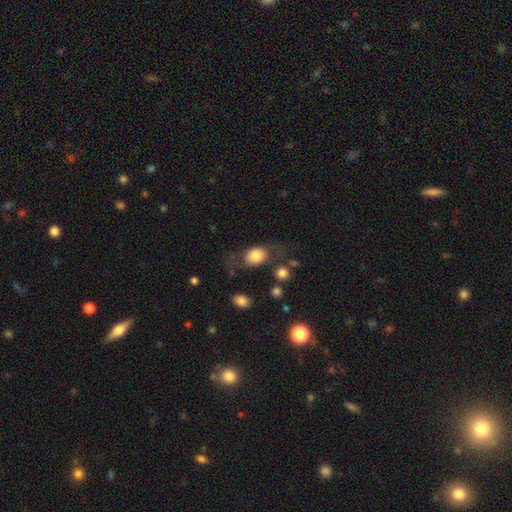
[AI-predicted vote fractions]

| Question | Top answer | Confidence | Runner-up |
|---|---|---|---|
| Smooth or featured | smooth | 77% | featured or disk (15%) |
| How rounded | in between | 64% | round (34%) |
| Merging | none | 58% | minor disturbance (20%) |